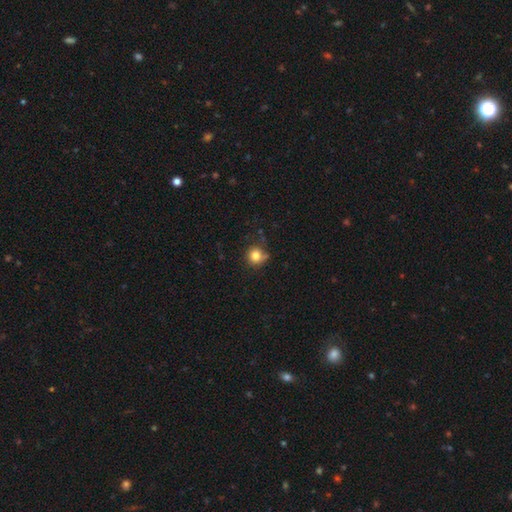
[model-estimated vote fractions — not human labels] smooth-or-featured: smooth: 82% | star or artifact: 11% | featured or disk: 7%
  how-rounded: round: 92% | in between: 7% | cigar-shaped: 1%
  merging: none: 73% | minor disturbance: 18% | major disturbance: 5% | merger: 4%